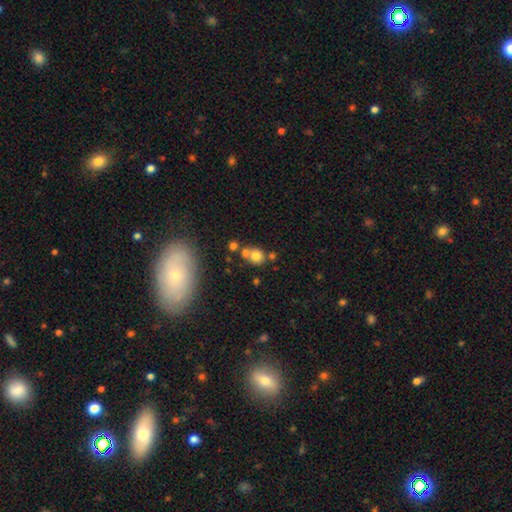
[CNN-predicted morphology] Smooth or featured? smooth (74%)
How rounded? round (71%)
Merging? none (46%)